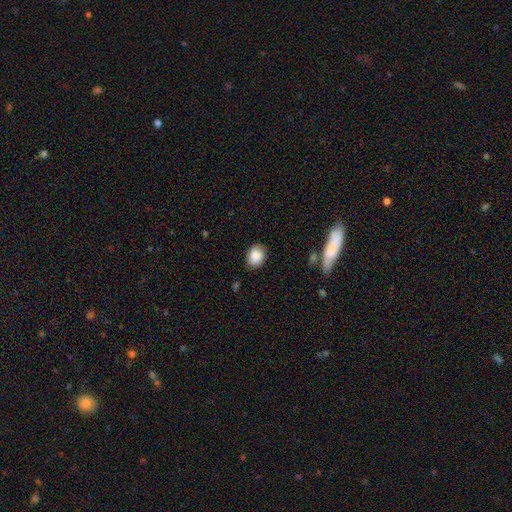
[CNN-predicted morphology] smooth-or-featured: smooth: 86% | star or artifact: 8% | featured or disk: 7%
  how-rounded: in between: 54% | round: 45% | cigar-shaped: 1%
  merging: none: 81% | minor disturbance: 15% | major disturbance: 3% | merger: 2%